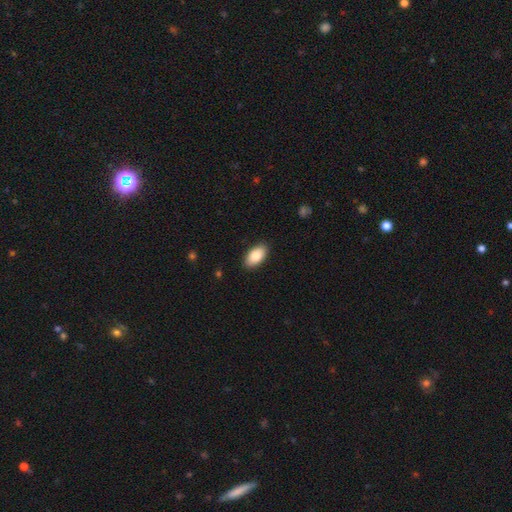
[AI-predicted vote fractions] A smooth galaxy with no disk features (85%) that is in between round and cigar-shaped (94%).

Vote fractions:
- Smooth or featured? smooth: 85% / featured or disk: 9% / star or artifact: 6%
- How rounded? in between: 94% / round: 3% / cigar-shaped: 2%
- Merging? none: 88% / minor disturbance: 9% / major disturbance: 2% / merger: 1%